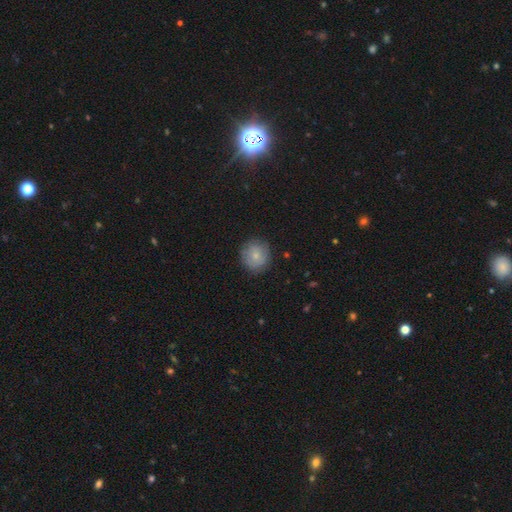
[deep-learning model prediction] Smooth or featured? smooth (74%)
How rounded? round (90%)
Merging? none (84%)